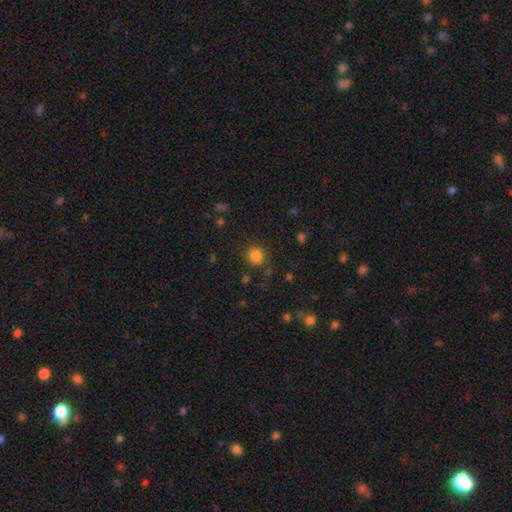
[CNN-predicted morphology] Smooth or featured? smooth (83%)
How rounded? round (87%)
Merging? none (83%)